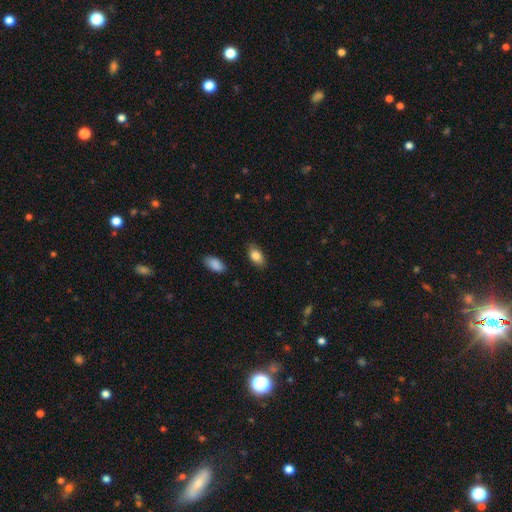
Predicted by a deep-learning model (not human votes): This is clearly a smooth galaxy (83%). How rounded: clearly in between (92%). Merging: clearly none (84%).